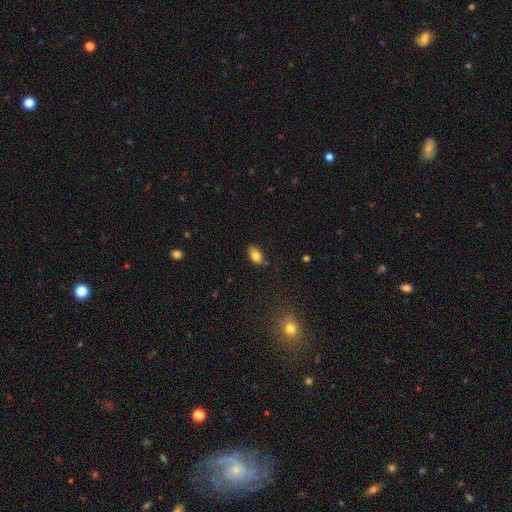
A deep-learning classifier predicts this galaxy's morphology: Overall: smooth (81%). How rounded: in between (89%). Merging: none (82%).